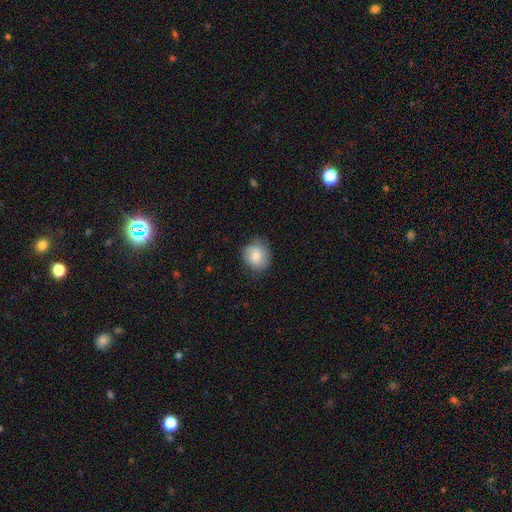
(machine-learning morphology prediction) Smooth or featured?
  - smooth: 79% *
  - featured or disk: 14%
  - star or artifact: 7%
How rounded?
  - round: 72% *
  - in between: 27%
  - cigar-shaped: 1%
Merging?
  - none: 72% *
  - minor disturbance: 22%
  - major disturbance: 5%
  - merger: 1%